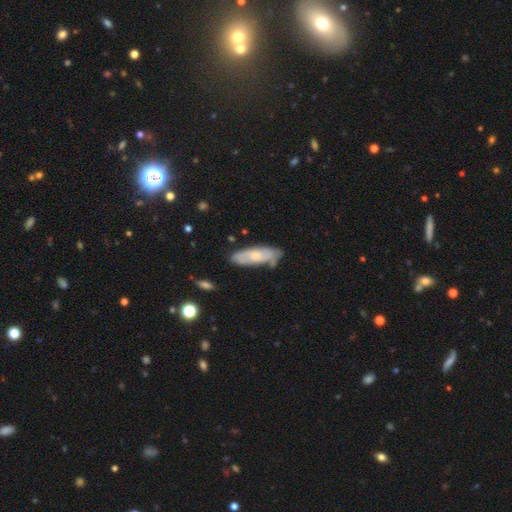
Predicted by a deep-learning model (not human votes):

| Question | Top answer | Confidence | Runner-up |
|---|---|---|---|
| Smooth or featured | smooth | 53% | featured or disk (41%) |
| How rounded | in between | 59% | cigar-shaped (39%) |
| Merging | none | 67% | minor disturbance (24%) |